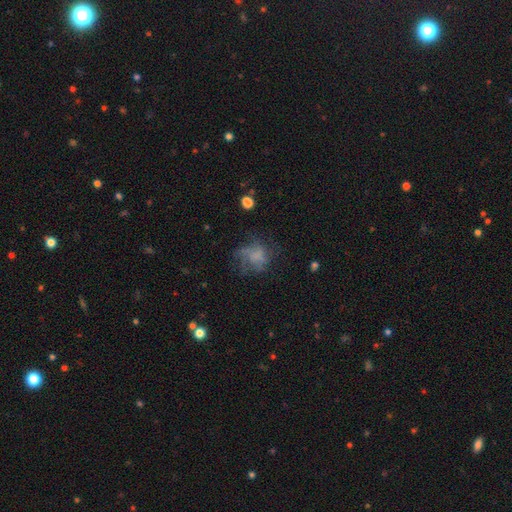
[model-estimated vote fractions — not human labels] Morphology: type=smooth (43%); merging=none (43%).